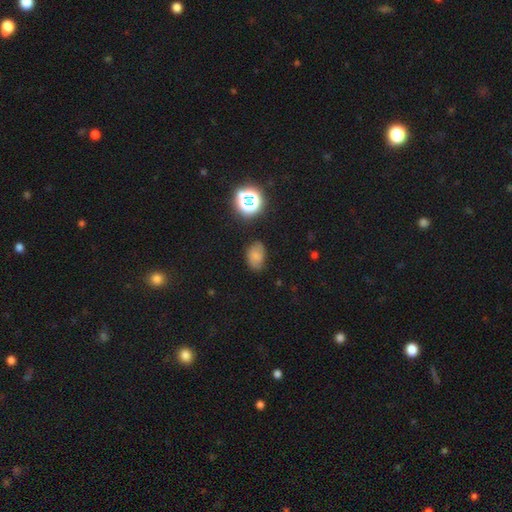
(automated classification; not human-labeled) A smooth galaxy with no disk features (70%) that is in between round and cigar-shaped (79%).

Vote fractions:
- Smooth or featured? smooth: 70% / star or artifact: 18% / featured or disk: 13%
- How rounded? in between: 79% / round: 20% / cigar-shaped: 1%
- Merging? none: 71% / minor disturbance: 22% / major disturbance: 6% / merger: 2%